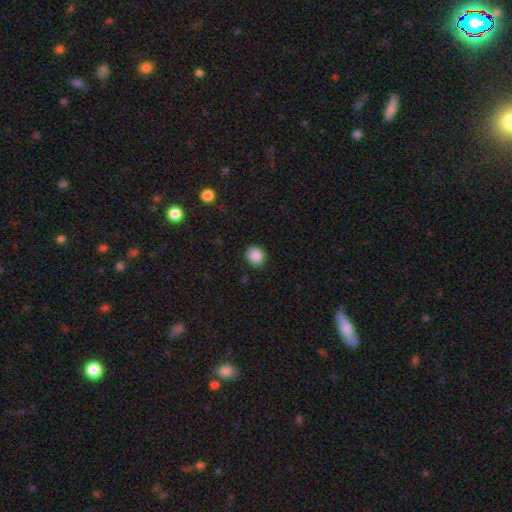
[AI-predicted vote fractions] Overall: smooth (88%). How rounded: round (82%). Merging: none (88%).